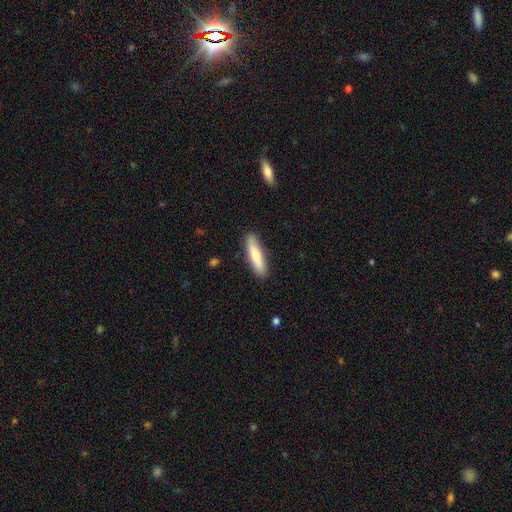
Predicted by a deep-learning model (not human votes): Smooth or featured?
  - smooth: 73% *
  - featured or disk: 22%
  - star or artifact: 5%
How rounded?
  - cigar-shaped: 77% *
  - in between: 21%
  - round: 1%
Merging?
  - none: 88% *
  - minor disturbance: 9%
  - major disturbance: 2%
  - merger: 1%